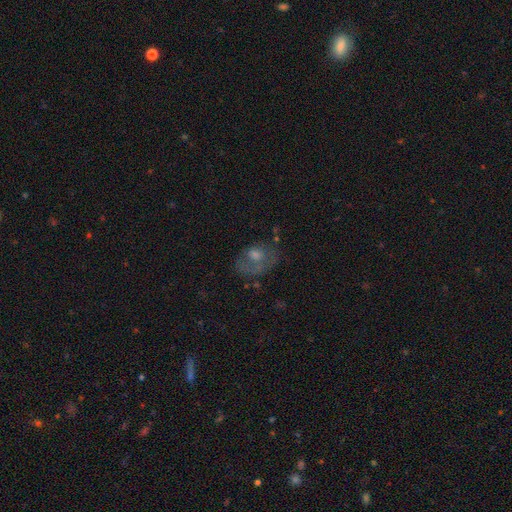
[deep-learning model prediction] smooth-or-featured: featured or disk: 48% | smooth: 38% | star or artifact: 14%
  merging: none: 47% | major disturbance: 27% | minor disturbance: 23% | merger: 3%